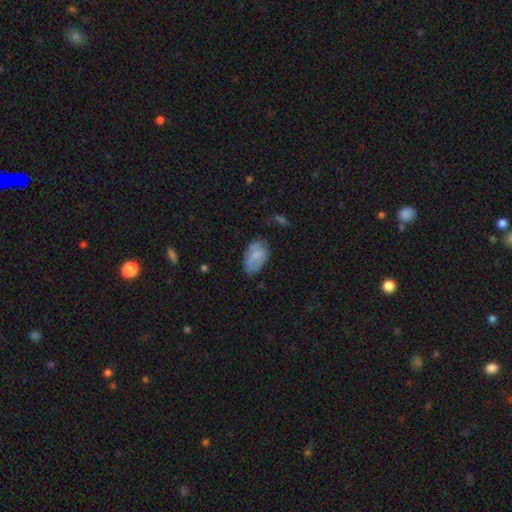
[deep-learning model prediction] Morphology: type=smooth (73%); roundness=in between (93%); merging=none (59%).